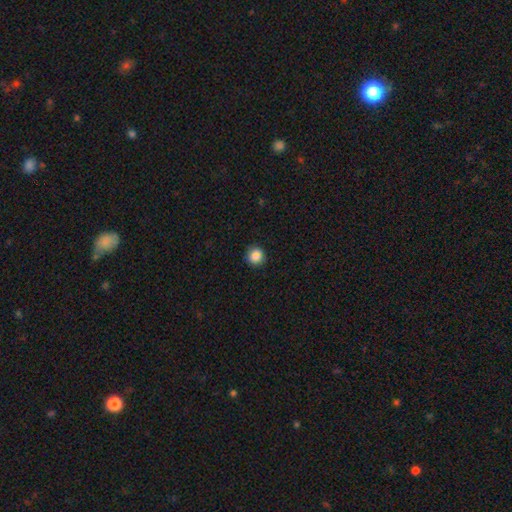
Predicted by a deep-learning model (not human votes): Smooth or featured? smooth (85%)
How rounded? round (92%)
Merging? none (89%)